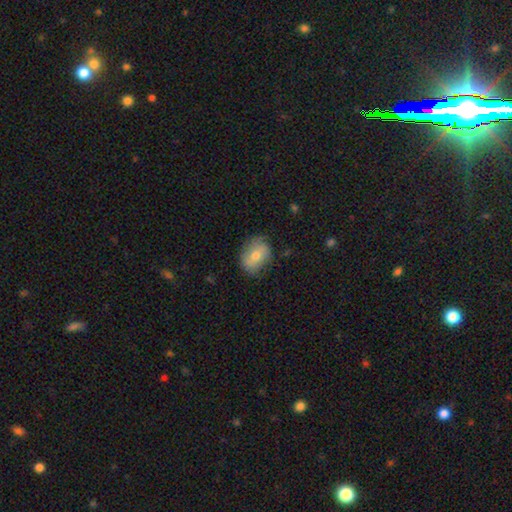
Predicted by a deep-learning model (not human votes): smooth 63%, featured or disk 29%, star or artifact 8%. Down the decision tree: how rounded — in between (66%); merging — none (71%).